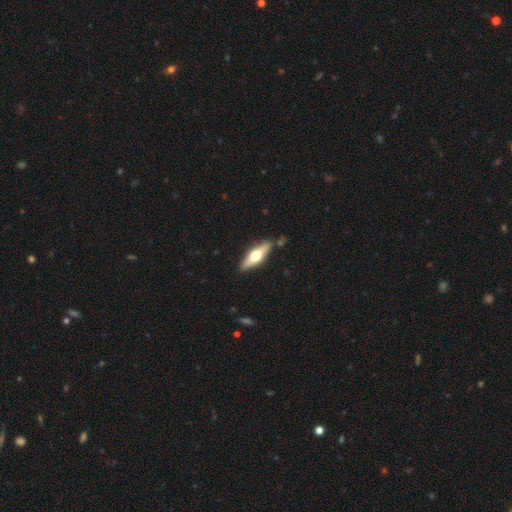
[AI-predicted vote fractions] smooth-or-featured: featured or disk: 53% | smooth: 41% | star or artifact: 5%
  disk-edge-on: yes: 90% | no: 10%
  merging: none: 86% | minor disturbance: 10% | merger: 2% | major disturbance: 2%